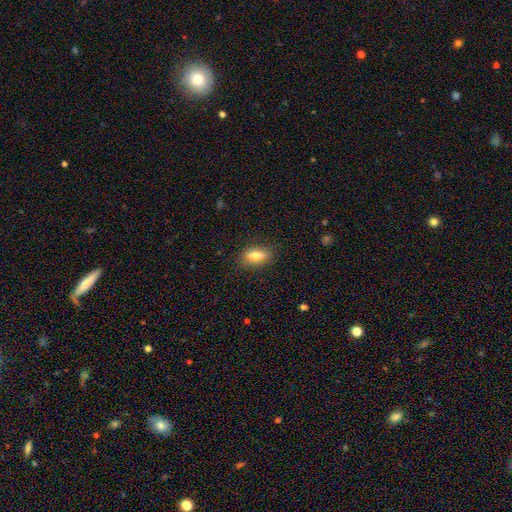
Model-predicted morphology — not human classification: smooth_or_featured: smooth (p=0.75) [alt: featured or disk p=0.17]
how_rounded: in between (p=0.70) [alt: cigar-shaped p=0.25]
merging: none (p=0.83) [alt: minor disturbance p=0.12]